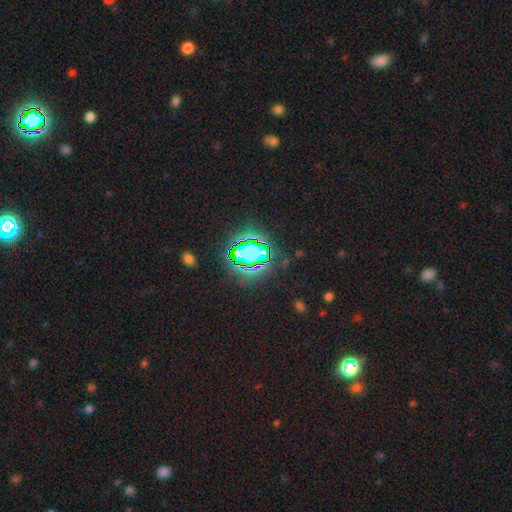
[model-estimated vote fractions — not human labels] Smooth or featured? Predicted: star or artifact (p=0.81).